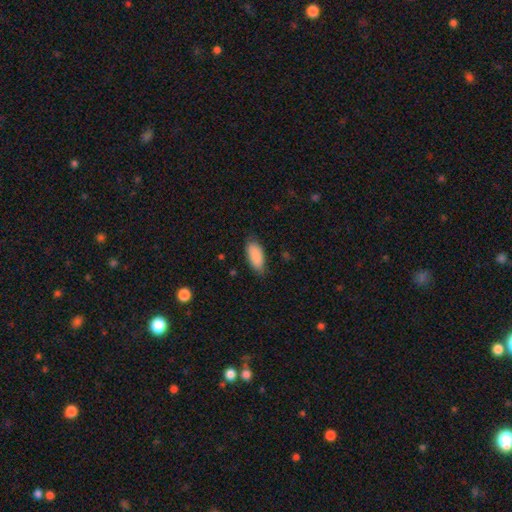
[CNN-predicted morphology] Smooth or featured?
  - smooth: 89% *
  - star or artifact: 6%
  - featured or disk: 5%
How rounded?
  - in between: 86% *
  - cigar-shaped: 12%
  - round: 2%
Merging?
  - none: 77% *
  - minor disturbance: 19%
  - major disturbance: 3%
  - merger: 1%